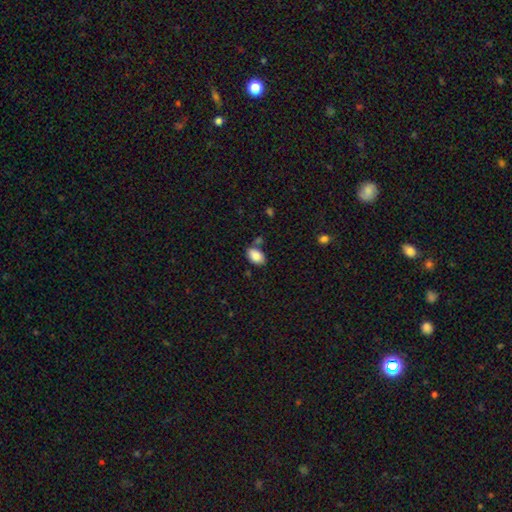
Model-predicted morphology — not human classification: Overall: smooth (88%). How rounded: in between (90%). Merging: none (71%).